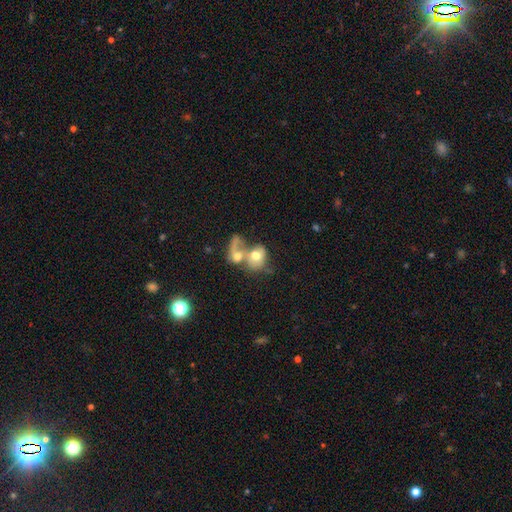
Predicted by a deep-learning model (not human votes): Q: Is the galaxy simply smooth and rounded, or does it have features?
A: smooth — 60%.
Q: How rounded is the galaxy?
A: round — 51%.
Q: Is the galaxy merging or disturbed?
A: merger — 73%.